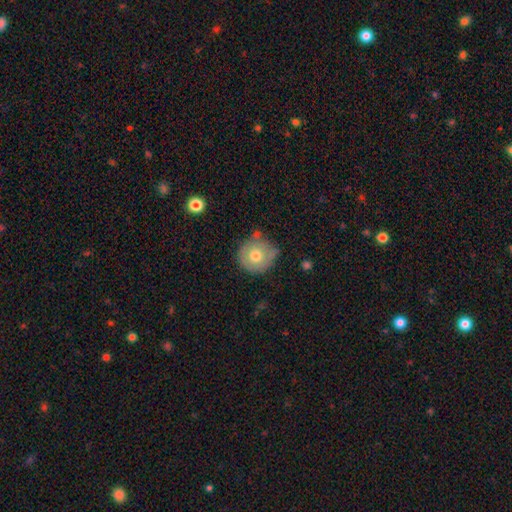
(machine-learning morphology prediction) smooth 70%, featured or disk 22%, star or artifact 8%. Down the decision tree: how rounded — round (92%); merging — none (64%).